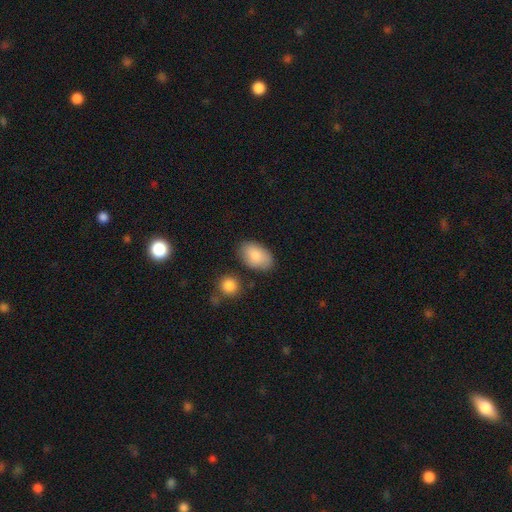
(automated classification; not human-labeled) This appears to be a smooth galaxy with no disk features (87%) that is in between round and cigar-shaped (93%). Merging: none (78%).